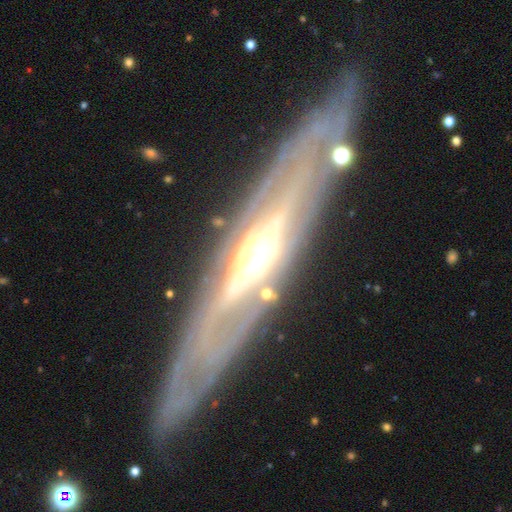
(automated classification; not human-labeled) A featured or disk galaxy (85%) viewed edge-on (59%) with a rounded central bulge (84%). Merging: none (81%).